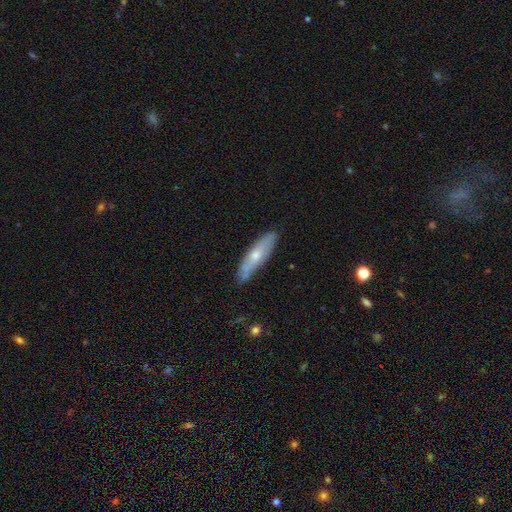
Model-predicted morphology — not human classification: A smooth galaxy with no disk features (50%). Merging: none (78%).